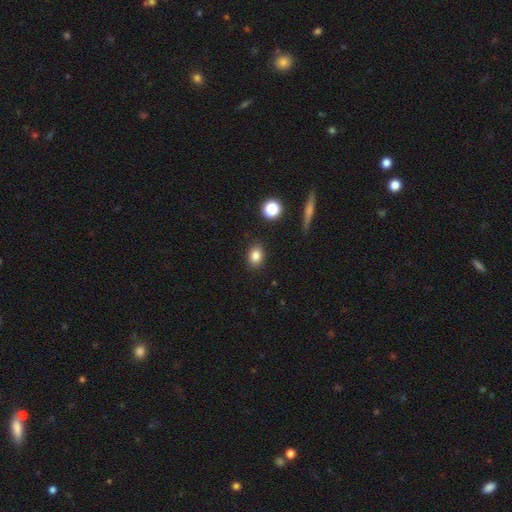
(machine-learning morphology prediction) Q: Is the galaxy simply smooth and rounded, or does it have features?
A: smooth — 83%.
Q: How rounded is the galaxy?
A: in between — 54%.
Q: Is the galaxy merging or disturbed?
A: none — 87%.